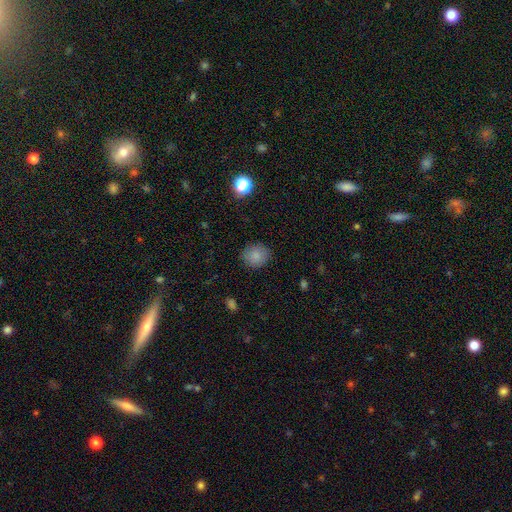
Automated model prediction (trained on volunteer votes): Smooth or featured?
  - smooth: 85% *
  - star or artifact: 10%
  - featured or disk: 6%
How rounded?
  - round: 76% *
  - in between: 23%
  - cigar-shaped: 1%
Merging?
  - none: 87% *
  - minor disturbance: 9%
  - major disturbance: 3%
  - merger: 1%